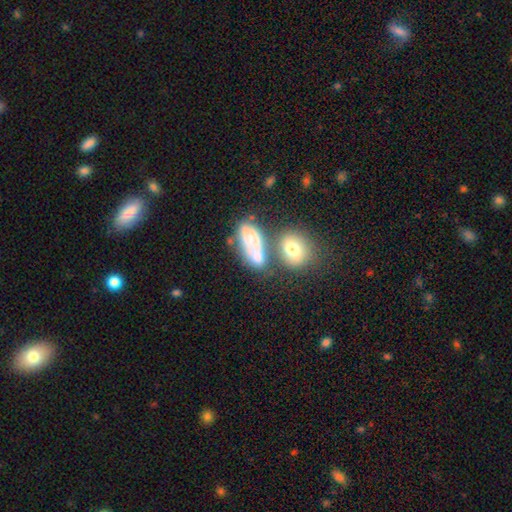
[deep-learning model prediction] smooth_or_featured: smooth (p=0.45) [alt: featured or disk p=0.43]
merging: merger (p=0.35) [alt: none p=0.31]